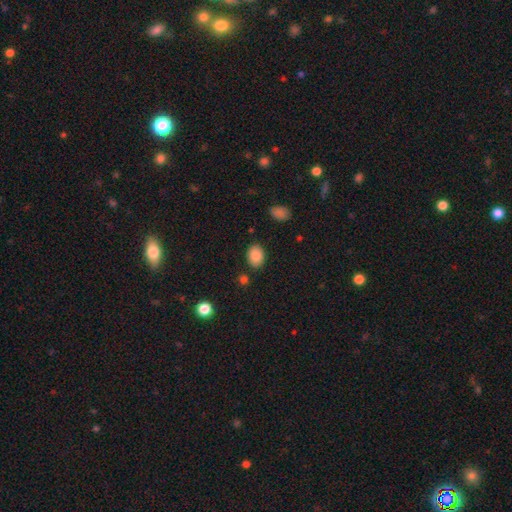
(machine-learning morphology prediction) Q: Smooth or featured?
A: smooth (88%); runner-up: star or artifact (8%)
Q: How rounded?
A: in between (73%); runner-up: round (26%)
Q: Merging?
A: none (83%); runner-up: minor disturbance (11%)